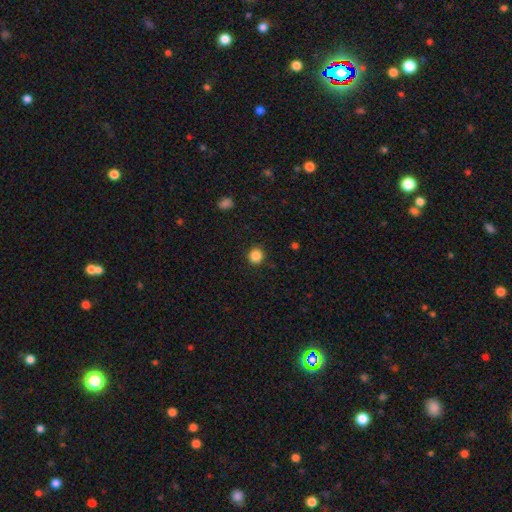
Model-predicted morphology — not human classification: type=smooth (86%); roundness=round (93%); merging=none (91%).